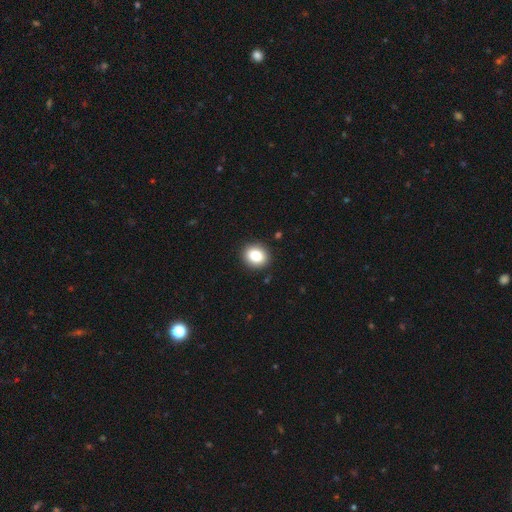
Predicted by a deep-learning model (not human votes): Smooth or featured? Predicted: smooth (p=0.84). How rounded? Predicted: round (p=0.69). Merging? Predicted: none (p=0.91).